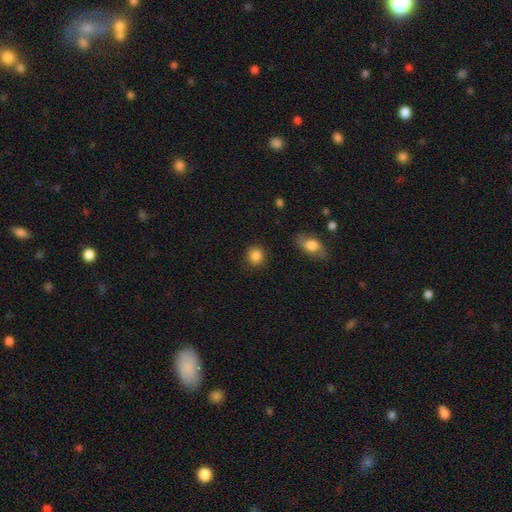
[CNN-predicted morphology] Overall: smooth (87%). How rounded: round (84%). Merging: none (88%).